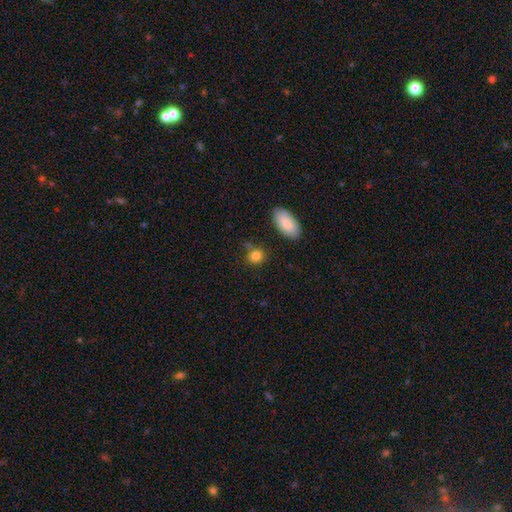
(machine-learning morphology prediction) Smooth or featured? Predicted: smooth (p=0.85). How rounded? Predicted: round (p=0.69). Merging? Predicted: none (p=0.71).